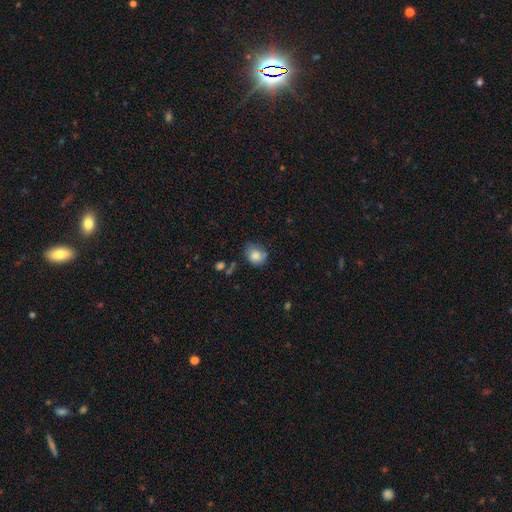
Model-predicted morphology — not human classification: smooth_or_featured: smooth (p=0.80) [alt: featured or disk p=0.11]
how_rounded: round (p=0.53) [alt: in between p=0.46]
merging: none (p=0.58) [alt: minor disturbance p=0.28]